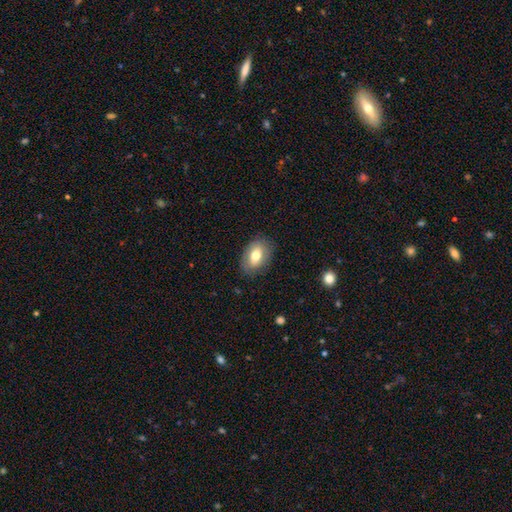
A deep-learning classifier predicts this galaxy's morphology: Smooth or featured? Predicted: smooth (p=0.69). How rounded? Predicted: in between (p=0.87). Merging? Predicted: none (p=0.83).